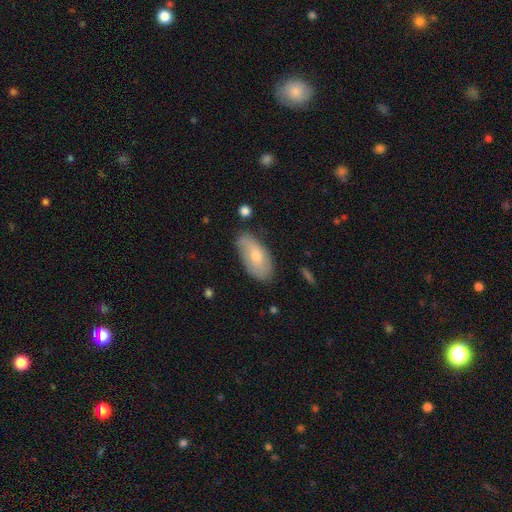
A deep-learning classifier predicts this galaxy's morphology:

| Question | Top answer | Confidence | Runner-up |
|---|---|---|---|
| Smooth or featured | smooth | 62% | featured or disk (31%) |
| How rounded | in between | 91% | cigar-shaped (6%) |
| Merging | none | 72% | minor disturbance (22%) |